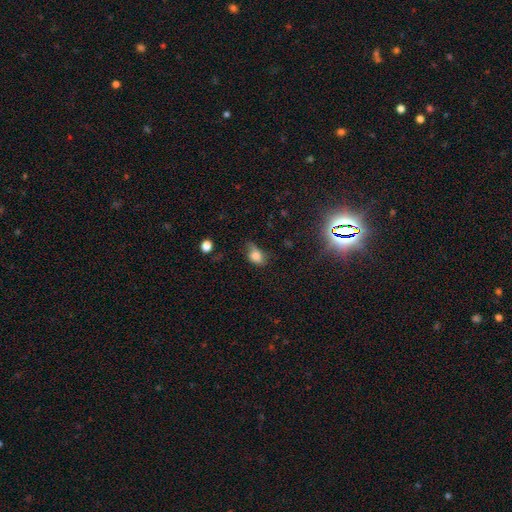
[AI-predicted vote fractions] Smooth or featured?
  - smooth: 73% *
  - featured or disk: 15%
  - star or artifact: 12%
How rounded?
  - in between: 78% *
  - round: 20%
  - cigar-shaped: 3%
Merging?
  - none: 40% *
  - minor disturbance: 38%
  - major disturbance: 19%
  - merger: 3%